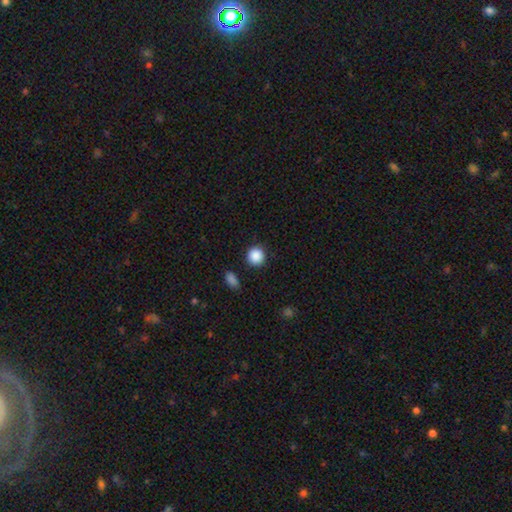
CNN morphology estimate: type=smooth (89%); roundness=round (93%); merging=none (89%).